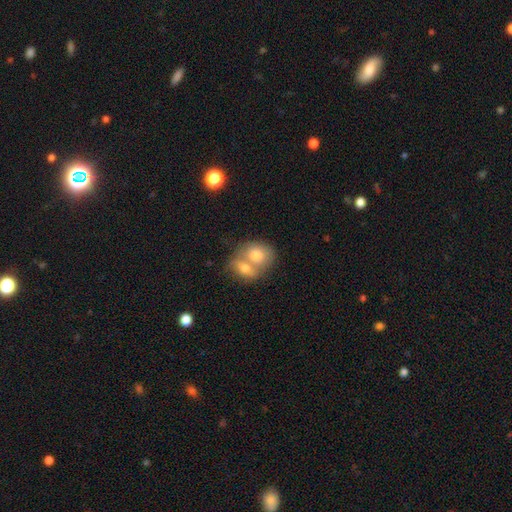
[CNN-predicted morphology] Smooth or featured: smooth — 72% (featured or disk — 20%)
How rounded: round — 50% (in between — 49%)
Merging: merger — 69% (none — 22%)